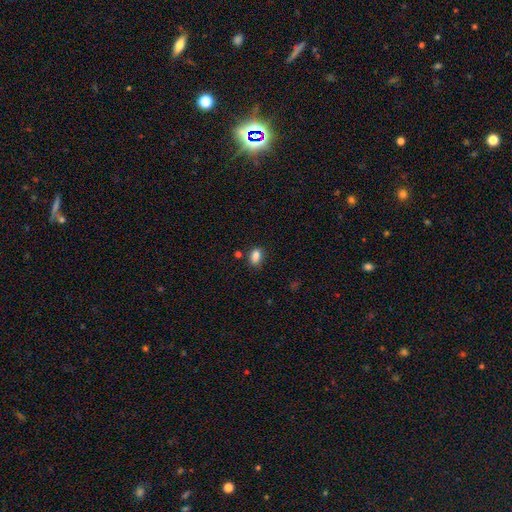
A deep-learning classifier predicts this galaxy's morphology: smooth_or_featured: smooth (p=0.85) [alt: star or artifact p=0.10]
how_rounded: in between (p=0.81) [alt: round p=0.17]
merging: none (p=0.73) [alt: minor disturbance p=0.17]